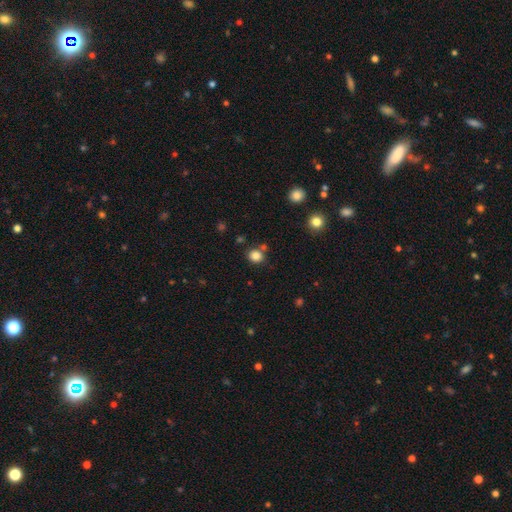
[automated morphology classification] Q: Smooth or featured?
A: smooth (84%); runner-up: star or artifact (12%)
Q: How rounded?
A: round (78%); runner-up: in between (21%)
Q: Merging?
A: none (77%); runner-up: merger (10%)